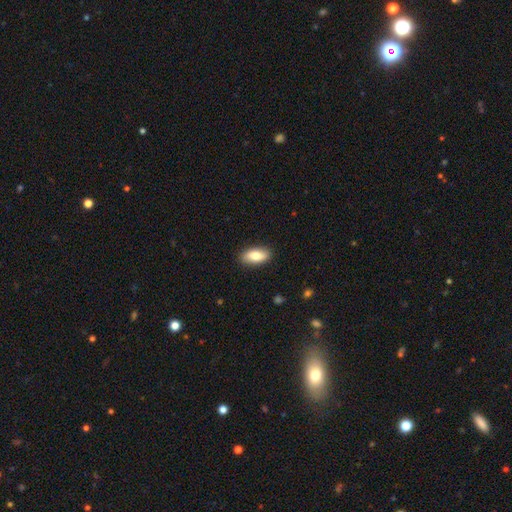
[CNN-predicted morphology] smooth-or-featured: smooth: 80% | featured or disk: 14% | star or artifact: 6%
  how-rounded: in between: 89% | cigar-shaped: 8% | round: 3%
  merging: none: 88% | minor disturbance: 9% | major disturbance: 2% | merger: 1%